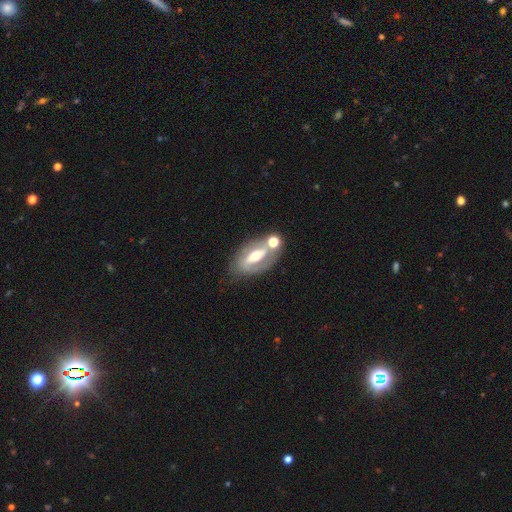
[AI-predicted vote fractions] Overall: featured or disk (74%). Edge-on disk: no (88%). Bar: strong (52%; weak 27%). Spiral arms: yes (68%; no 32%). Bulge size: moderate (69%). Merging: none (58%; merger 19%).